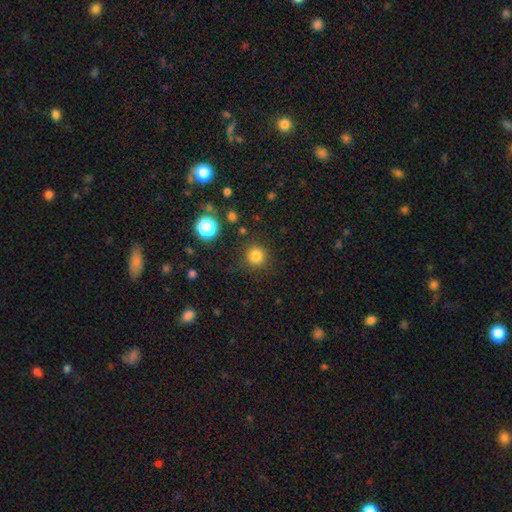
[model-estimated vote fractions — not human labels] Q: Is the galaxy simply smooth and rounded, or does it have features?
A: smooth — 81%.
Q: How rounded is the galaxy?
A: round — 94%.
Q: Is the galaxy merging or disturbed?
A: none — 87%.